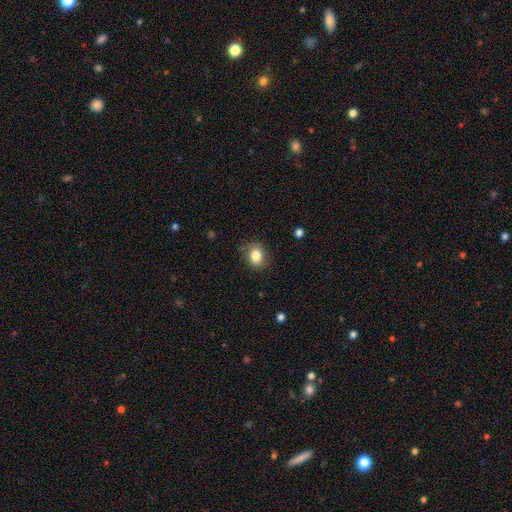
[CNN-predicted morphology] The model was most divided on "how rounded": round: 52%, in between: 47%, cigar-shaped: 1%. More confident: smooth or featured — smooth (84%); merging — none (79%).